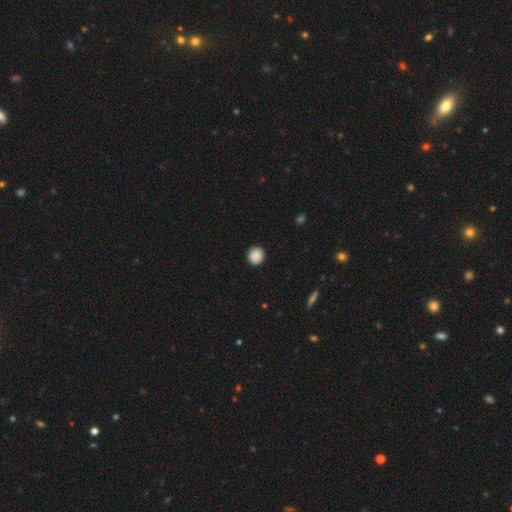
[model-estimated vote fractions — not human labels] This appears to be a smooth galaxy with no disk features (89%) that is round (92%). Merging: none (92%).